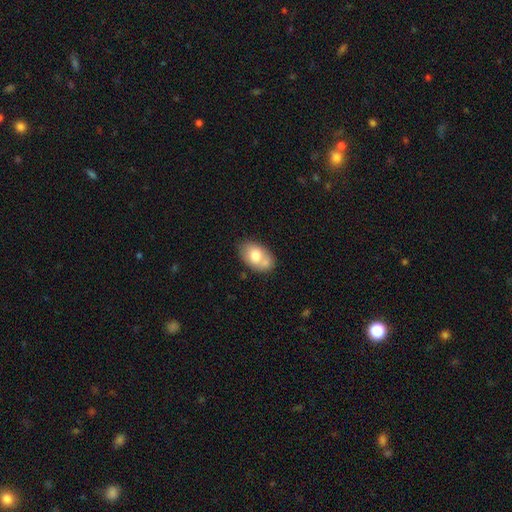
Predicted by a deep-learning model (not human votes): smooth-or-featured: smooth: 72% | featured or disk: 21% | star or artifact: 7%
  how-rounded: in between: 86% | round: 13% | cigar-shaped: 1%
  merging: none: 50% | merger: 27% | minor disturbance: 18% | major disturbance: 5%